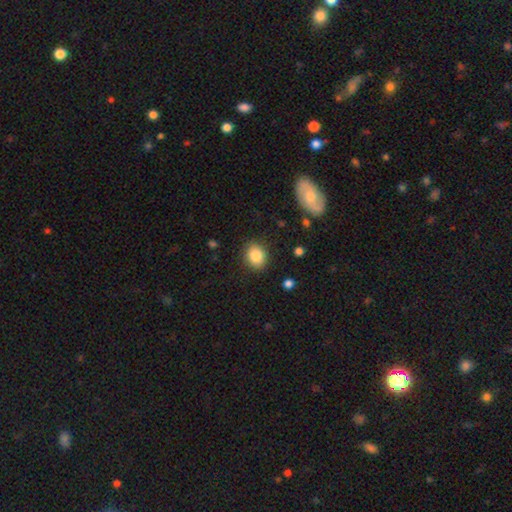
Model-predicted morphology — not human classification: Smooth or featured?
  - smooth: 84% *
  - star or artifact: 9%
  - featured or disk: 7%
How rounded?
  - round: 58% *
  - in between: 41%
  - cigar-shaped: 1%
Merging?
  - none: 87% *
  - minor disturbance: 9%
  - major disturbance: 3%
  - merger: 1%